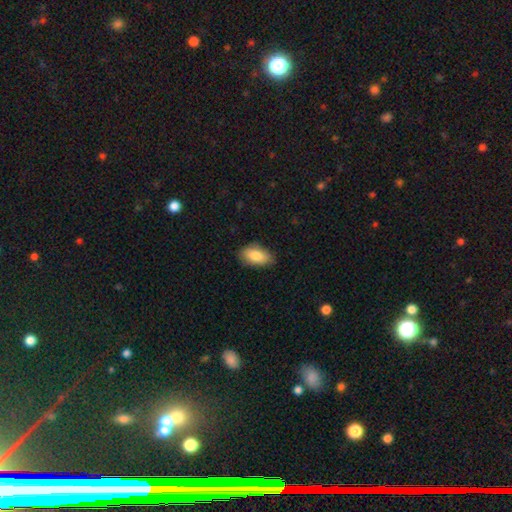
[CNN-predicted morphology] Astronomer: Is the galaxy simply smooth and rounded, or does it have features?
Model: smooth — 84%.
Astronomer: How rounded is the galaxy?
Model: in between — 92%.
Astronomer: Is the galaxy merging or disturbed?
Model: none — 80%.